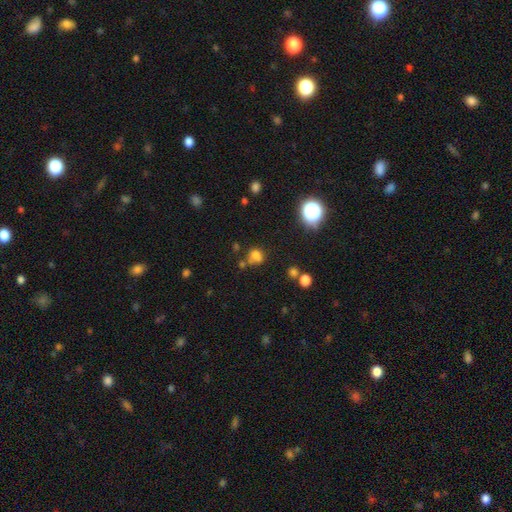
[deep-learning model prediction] A smooth galaxy with no disk features (70%) that is round (58%).

Vote fractions:
- Smooth or featured? smooth: 70% / star or artifact: 20% / featured or disk: 10%
- How rounded? round: 58% / in between: 41% / cigar-shaped: 1%
- Merging? none: 52% / merger: 21% / minor disturbance: 18% / major disturbance: 9%